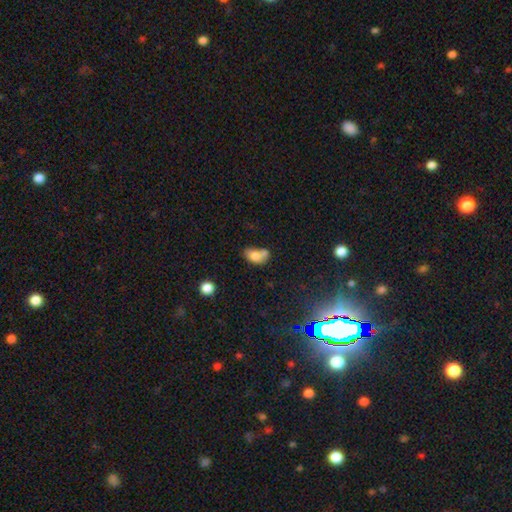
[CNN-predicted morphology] A smooth galaxy with no disk features (74%) that is in between round and cigar-shaped (77%).

Vote fractions:
- Smooth or featured? smooth: 74% / featured or disk: 17% / star or artifact: 10%
- How rounded? in between: 77% / round: 22% / cigar-shaped: 1%
- Merging? merger: 49% / none: 31% / minor disturbance: 14% / major disturbance: 6%